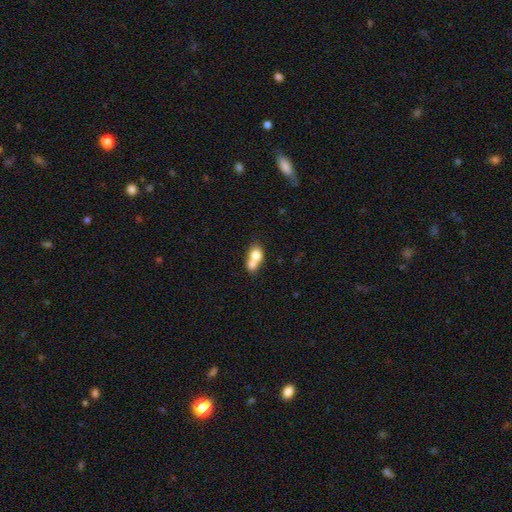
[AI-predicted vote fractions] This is likely a smooth galaxy (72%). How rounded: possibly in between (51%). Merging: likely merger (71%).